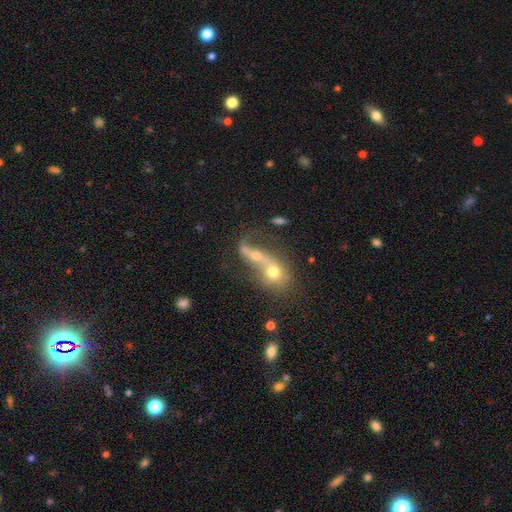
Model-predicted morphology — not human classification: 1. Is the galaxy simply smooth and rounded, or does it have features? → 48% featured or disk, 38% smooth, 14% star or artifact.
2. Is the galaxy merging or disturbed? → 66% merger, 17% none, 10% major disturbance, 7% minor disturbance.